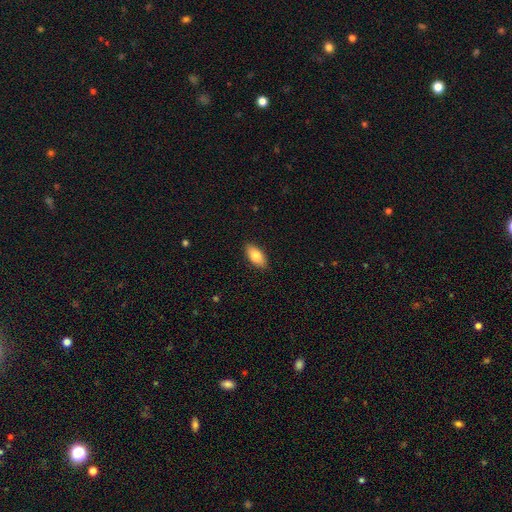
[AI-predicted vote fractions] smooth 81%, featured or disk 13%, star or artifact 6%. Down the decision tree: how rounded — in between (91%); merging — none (89%).